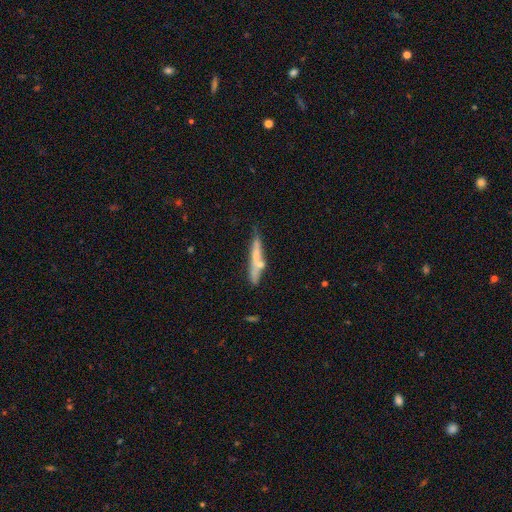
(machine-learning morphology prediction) smooth 53%, featured or disk 40%, star or artifact 7%. Down the decision tree: how rounded — cigar-shaped (89%); merging — none (57%).